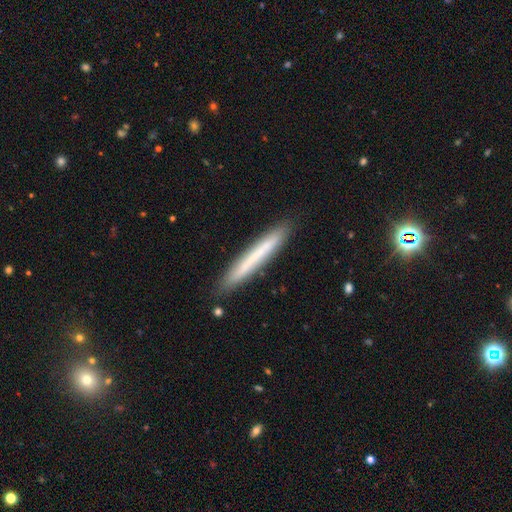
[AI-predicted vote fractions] Overall: smooth (60%; featured or disk 33%). How rounded: cigar-shaped (96%). Merging: none (87%).